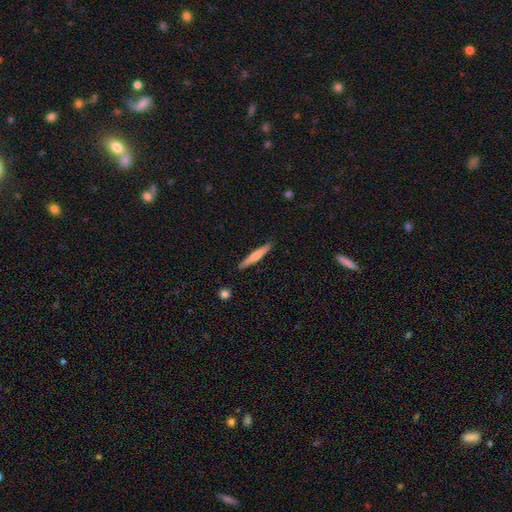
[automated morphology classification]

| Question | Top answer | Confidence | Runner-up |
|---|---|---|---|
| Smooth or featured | smooth | 60% | featured or disk (35%) |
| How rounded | cigar-shaped | 94% | in between (5%) |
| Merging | none | 90% | minor disturbance (7%) |